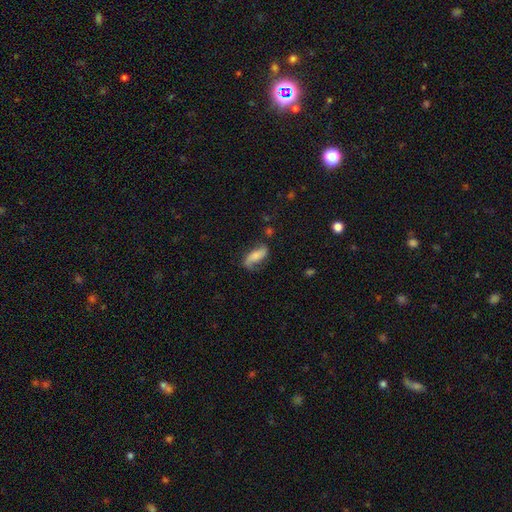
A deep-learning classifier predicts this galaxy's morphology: Q: Smooth or featured?
A: smooth (47%); runner-up: featured or disk (45%)
Q: Merging?
A: none (59%); runner-up: minor disturbance (26%)